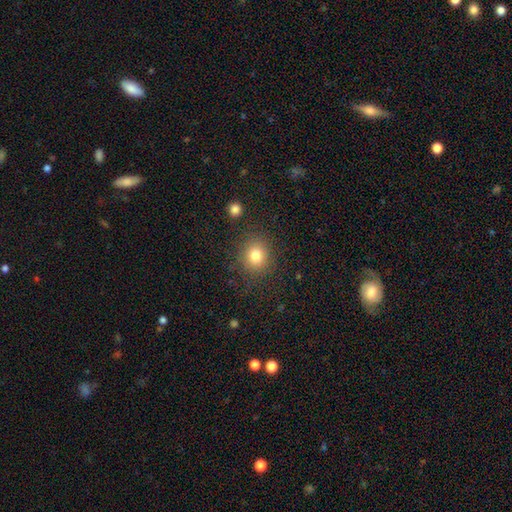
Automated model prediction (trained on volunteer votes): A smooth galaxy with no disk features (81%) that is round (79%). Merging: none (84%).